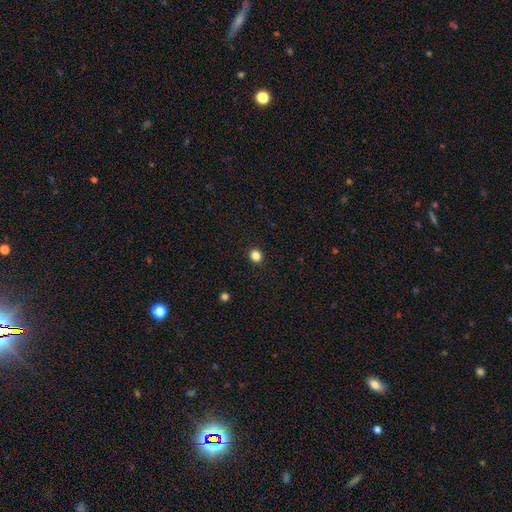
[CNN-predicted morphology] A smooth galaxy with no disk features (84%) that is round (86%). Merging: none (93%).